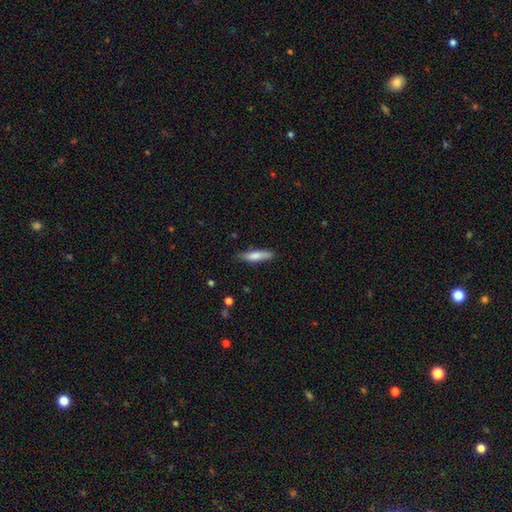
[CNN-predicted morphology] A smooth galaxy with no disk features (76%) that is cigar-shaped (75%). Merging: none (81%).